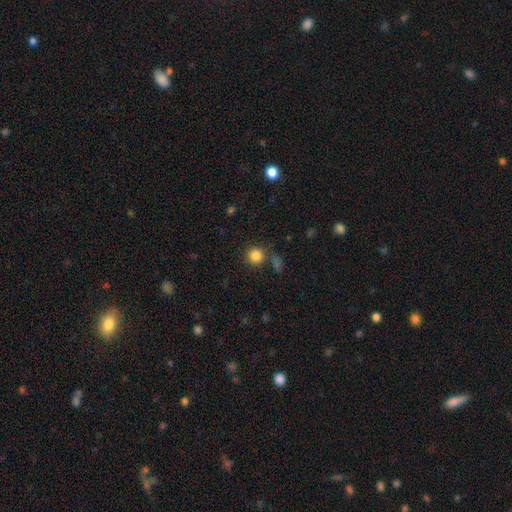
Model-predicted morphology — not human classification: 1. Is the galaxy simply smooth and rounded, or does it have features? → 84% smooth, 11% star or artifact, 5% featured or disk.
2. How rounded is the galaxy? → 92% round, 7% in between, 1% cigar-shaped.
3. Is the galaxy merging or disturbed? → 78% none, 9% minor disturbance, 9% merger, 4% major disturbance.